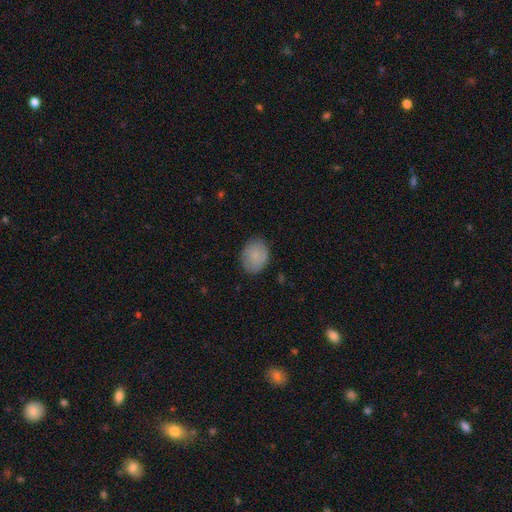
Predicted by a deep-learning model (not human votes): The model was most divided on "how rounded": in between: 57%, round: 42%, cigar-shaped: 1%. More confident: merging — none (82%); smooth or featured — smooth (81%).